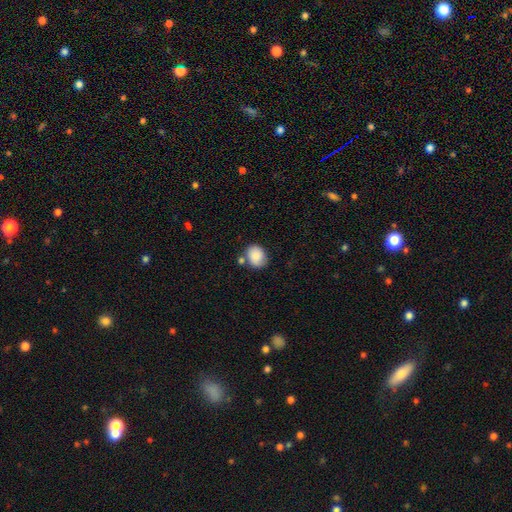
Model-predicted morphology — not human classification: A smooth galaxy with no disk features (86%) that is round (51%). Merging: none (65%).